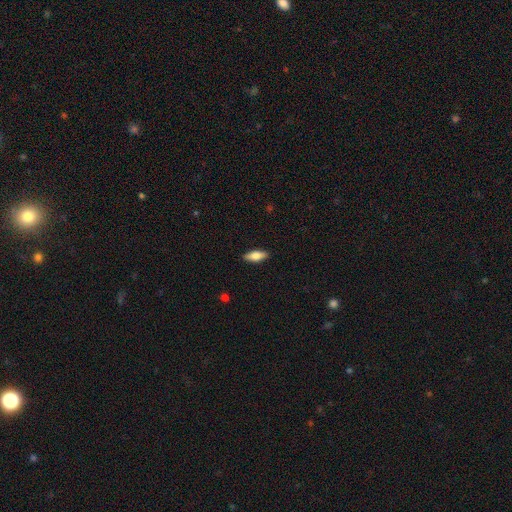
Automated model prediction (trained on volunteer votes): Smooth or featured: smooth — 77% (featured or disk — 17%)
How rounded: in between — 72% (cigar-shaped — 26%)
Merging: none — 89% (minor disturbance — 8%)